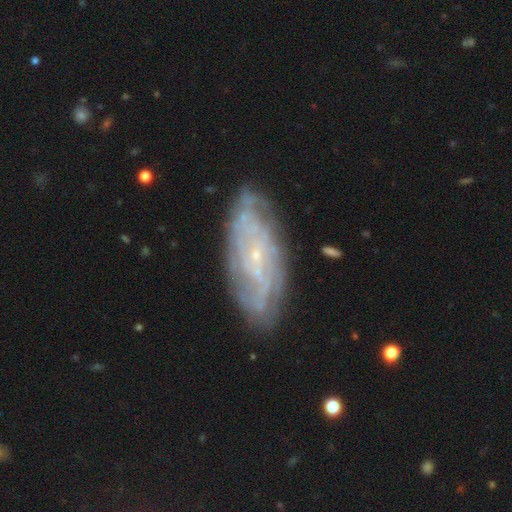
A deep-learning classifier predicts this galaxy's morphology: smooth-or-featured: featured or disk: 77% | smooth: 16% | star or artifact: 7%
  disk-edge-on: no: 89% | yes: 11%
    bar: no: 64% | weak: 29% | strong: 8%
    has-spiral-arms: yes: 87% | no: 13%
      spiral-winding: tight: 56% | medium: 32% | loose: 13%
      spiral-arm-count: can't tell: 49% | 2: 19% | 4: 10% | 3: 10% | more than 4: 7% | 1: 5%
    bulge-size: small: 85% | moderate: 9% | none: 4% | large: 1% | dominant: 1%
  merging: none: 78% | minor disturbance: 16% | major disturbance: 4% | merger: 2%